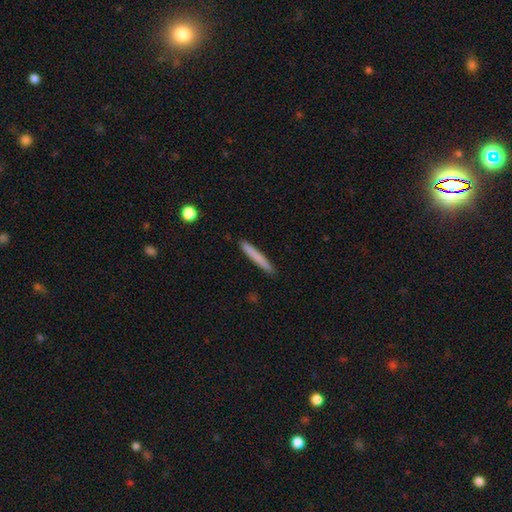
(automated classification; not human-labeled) Smooth or featured? Predicted: smooth (p=0.76). How rounded? Predicted: cigar-shaped (p=0.97). Merging? Predicted: none (p=0.91).